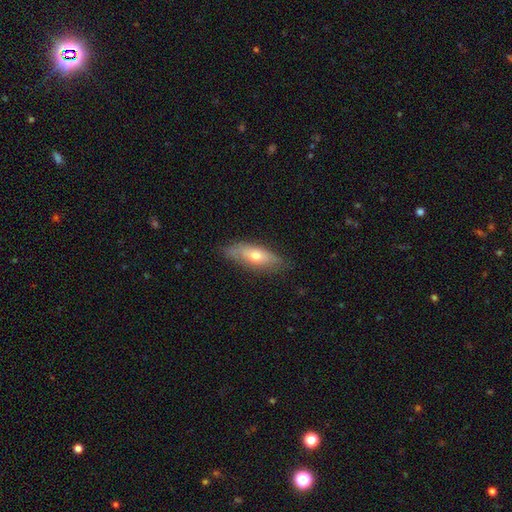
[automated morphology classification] smooth-or-featured: smooth: 58% | featured or disk: 35% | star or artifact: 7%
  how-rounded: in between: 65% | cigar-shaped: 32% | round: 3%
  merging: none: 73% | minor disturbance: 22% | major disturbance: 4% | merger: 1%